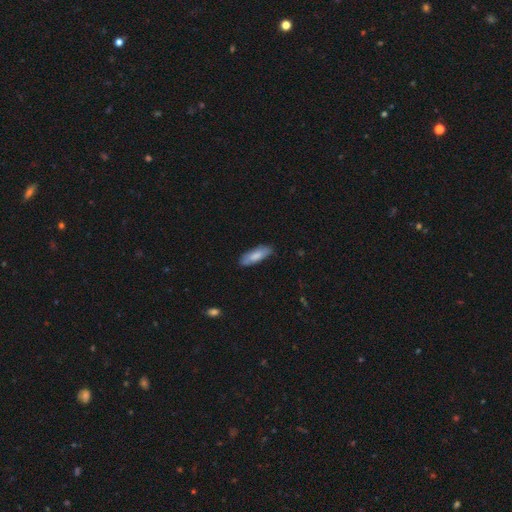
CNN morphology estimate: Smooth or featured? smooth (78%)
How rounded? in between (59%)
Merging? none (81%)